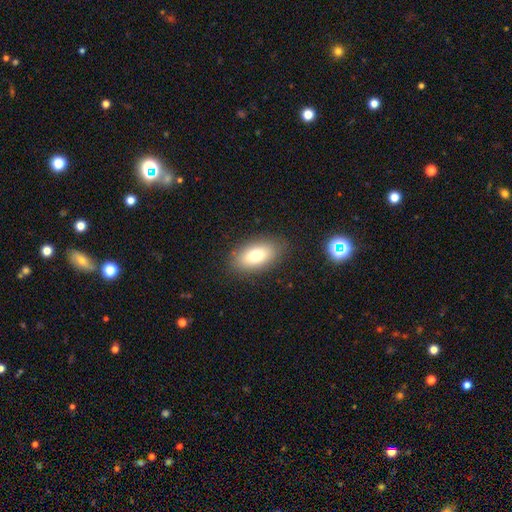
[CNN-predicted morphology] Smooth or featured? Predicted: smooth (p=0.76). How rounded? Predicted: in between (p=0.91). Merging? Predicted: none (p=0.86).